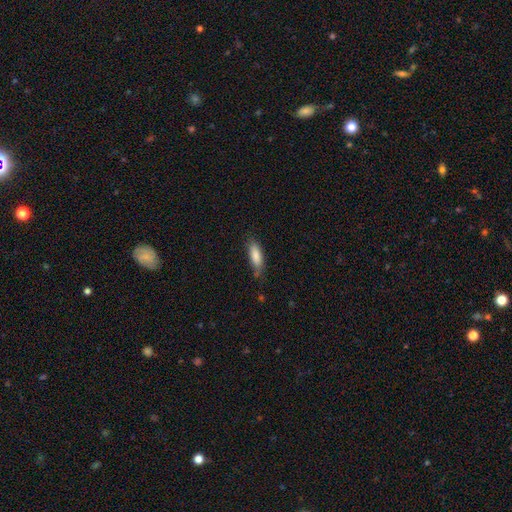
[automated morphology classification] Q: Smooth or featured?
A: smooth (83%); runner-up: featured or disk (10%)
Q: How rounded?
A: in between (61%); runner-up: cigar-shaped (37%)
Q: Merging?
A: none (67%); runner-up: minor disturbance (26%)